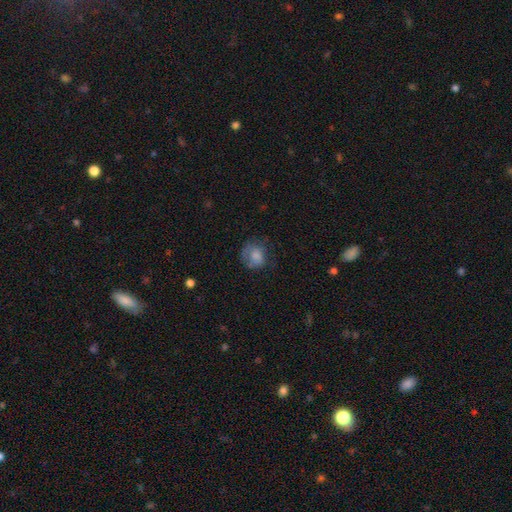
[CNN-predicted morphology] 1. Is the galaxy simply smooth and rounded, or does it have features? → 73% smooth, 17% featured or disk, 10% star or artifact.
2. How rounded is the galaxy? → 71% round, 28% in between, 1% cigar-shaped.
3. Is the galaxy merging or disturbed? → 51% none, 26% minor disturbance, 21% major disturbance, 2% merger.